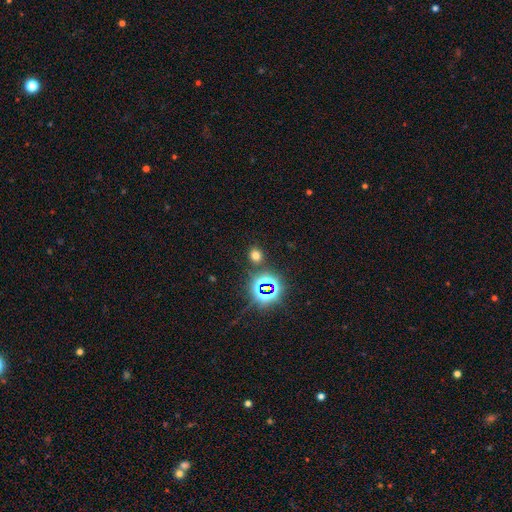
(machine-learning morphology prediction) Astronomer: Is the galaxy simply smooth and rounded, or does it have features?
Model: smooth — 61%.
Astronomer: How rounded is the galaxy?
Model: round — 69%.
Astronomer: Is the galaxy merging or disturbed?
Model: none — 85%.